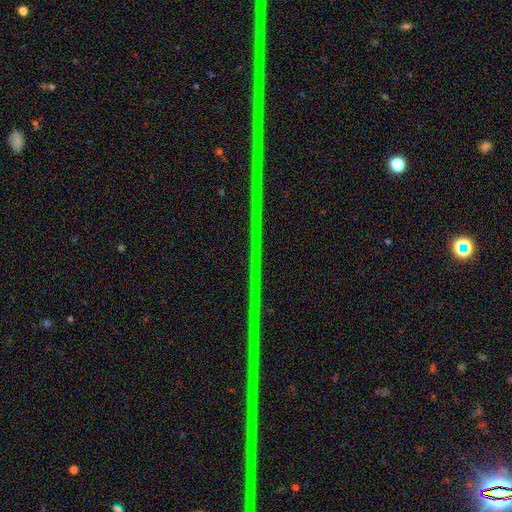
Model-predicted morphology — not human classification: Smooth or featured: star or artifact — 90% (featured or disk — 6%)